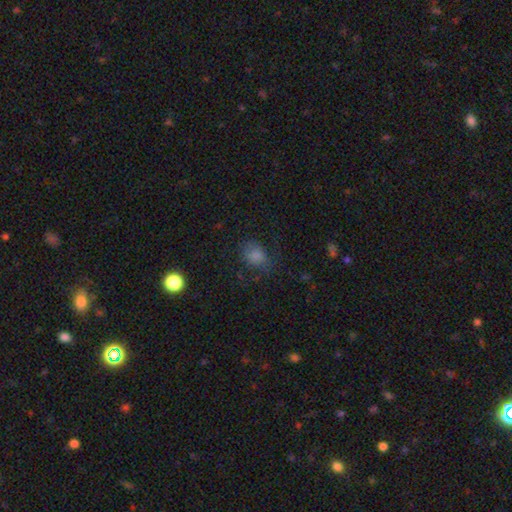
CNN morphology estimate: Overall: smooth (76%). How rounded: in between (62%; round 37%). Merging: none (60%; minor disturbance 24%).